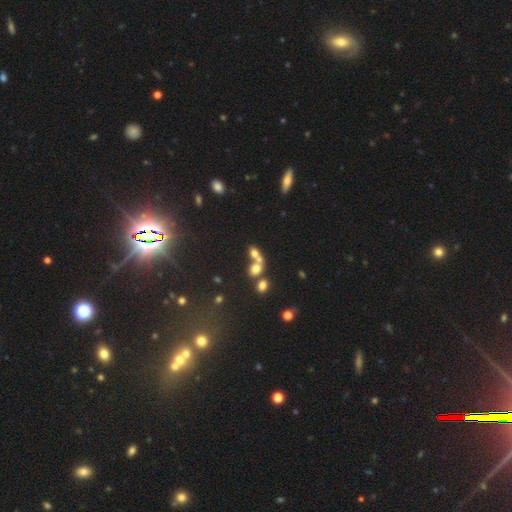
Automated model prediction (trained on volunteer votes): Q: Smooth or featured?
A: smooth (64%); runner-up: featured or disk (19%)
Q: How rounded?
A: in between (51%); runner-up: round (46%)
Q: Merging?
A: merger (63%); runner-up: none (25%)